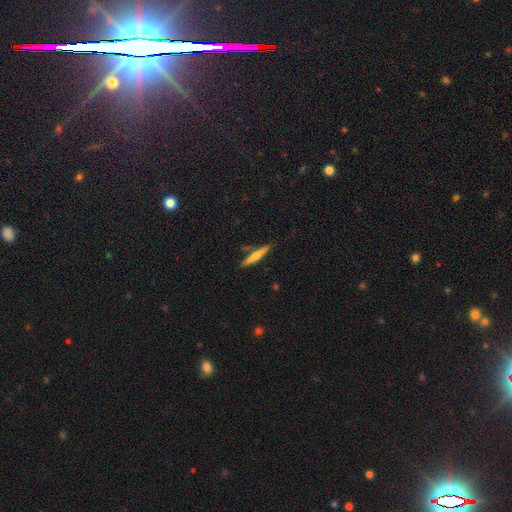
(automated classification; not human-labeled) Smooth or featured? Predicted: smooth (p=0.58). How rounded? Predicted: cigar-shaped (p=0.92). Merging? Predicted: none (p=0.83).